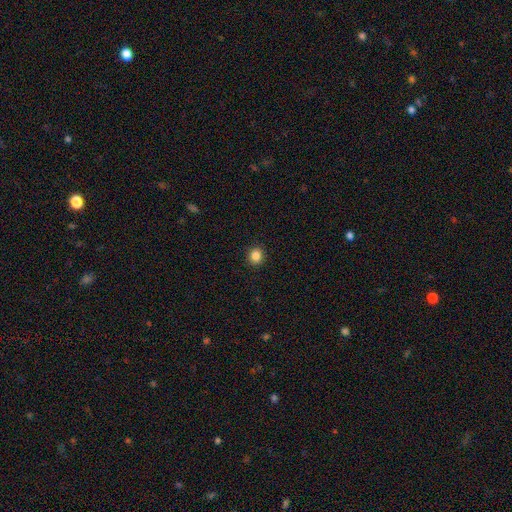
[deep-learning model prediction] Q: Smooth or featured?
A: smooth (85%); runner-up: star or artifact (11%)
Q: How rounded?
A: round (81%); runner-up: in between (18%)
Q: Merging?
A: none (92%); runner-up: minor disturbance (6%)